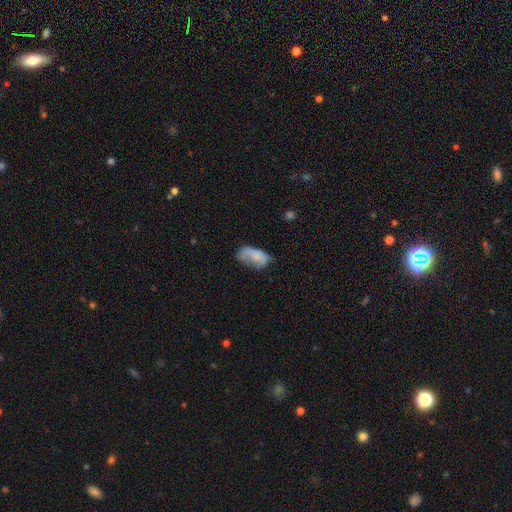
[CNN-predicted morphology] Overall: smooth (68%). How rounded: in between (92%). Merging: none (37%; minor disturbance 35%).